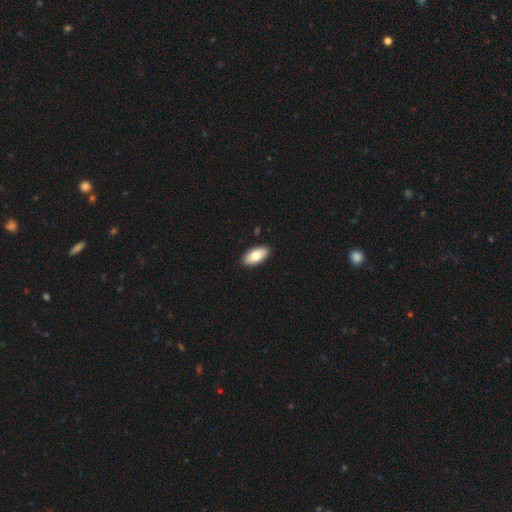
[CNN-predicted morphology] Smooth or featured?
  - smooth: 76% *
  - featured or disk: 18%
  - star or artifact: 6%
How rounded?
  - in between: 93% *
  - cigar-shaped: 4%
  - round: 3%
Merging?
  - none: 90% *
  - minor disturbance: 7%
  - major disturbance: 2%
  - merger: 1%